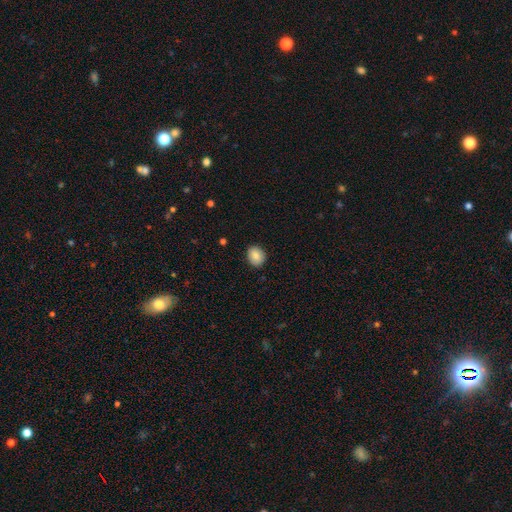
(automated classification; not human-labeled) Overall: smooth (87%). How rounded: round (52%; in between 47%). Merging: none (87%).